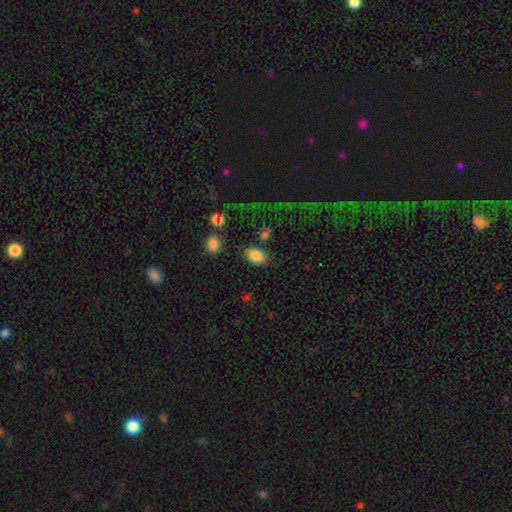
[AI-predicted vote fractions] smooth_or_featured: smooth (p=0.84) [alt: star or artifact p=0.09]
how_rounded: in between (p=0.85) [alt: round p=0.13]
merging: none (p=0.79) [alt: minor disturbance p=0.12]